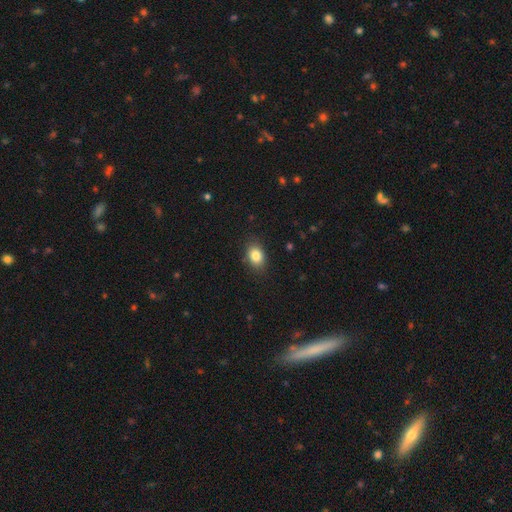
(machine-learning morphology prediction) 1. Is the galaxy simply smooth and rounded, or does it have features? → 84% smooth, 9% star or artifact, 7% featured or disk.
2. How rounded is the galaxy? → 73% in between, 26% round, 1% cigar-shaped.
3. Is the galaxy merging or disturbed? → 85% none, 12% minor disturbance, 3% major disturbance, 1% merger.